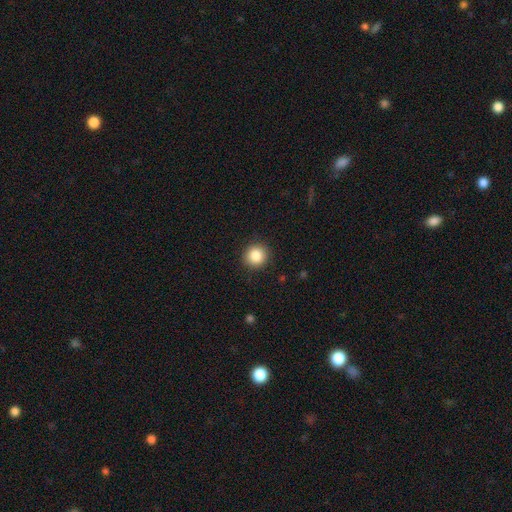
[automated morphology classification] smooth 86%, star or artifact 9%, featured or disk 5%. Down the decision tree: how rounded — round (91%); merging — none (91%).